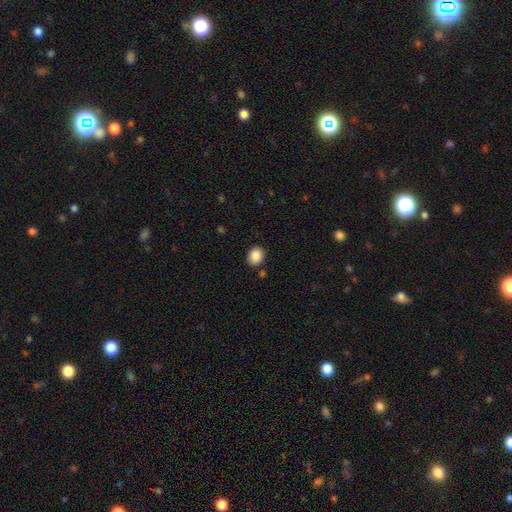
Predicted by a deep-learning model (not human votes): Smooth or featured? Predicted: smooth (p=0.88). How rounded? Predicted: round (p=0.52). Merging? Predicted: none (p=0.85).